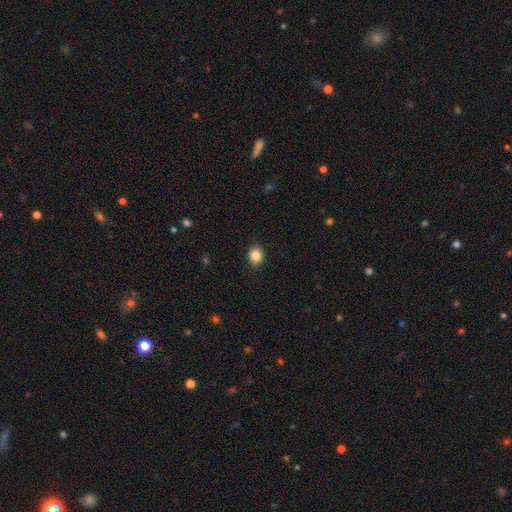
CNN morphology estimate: A smooth galaxy with no disk features (85%) that is round (56%). Merging: none (89%).